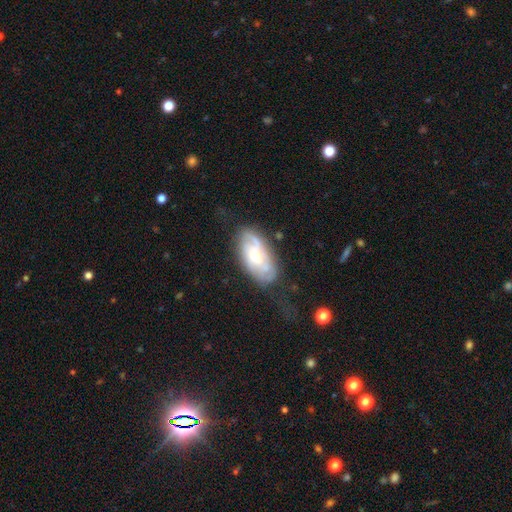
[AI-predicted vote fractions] This is likely a featured or disk galaxy (68%). It is clearly not viewed edge-on (91%). Bar: likely no (70%). Spiral arm pattern: likely yes (79%). Central bulge: likely moderate (62%). Merging: likely none (67%).